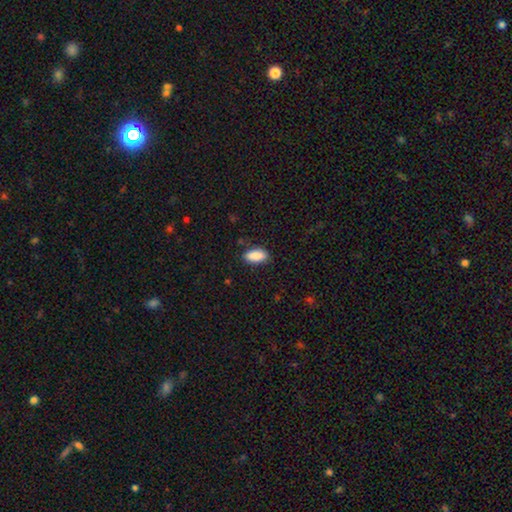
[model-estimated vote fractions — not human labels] Overall: smooth (89%). How rounded: in between (91%). Merging: none (83%).